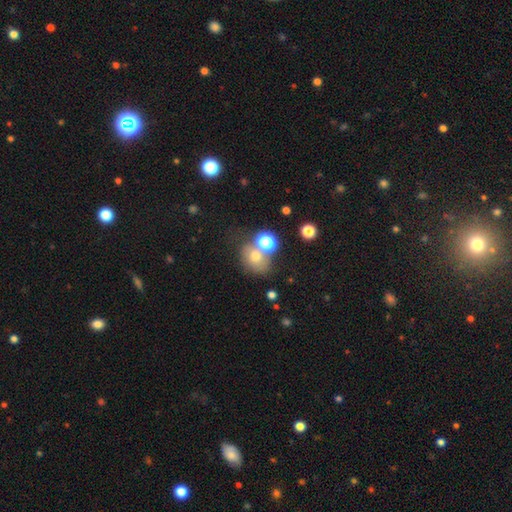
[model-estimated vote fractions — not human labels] Smooth or featured?
  - smooth: 65% *
  - star or artifact: 19%
  - featured or disk: 16%
How rounded?
  - round: 61% *
  - in between: 38%
  - cigar-shaped: 1%
Merging?
  - none: 49% *
  - merger: 28%
  - minor disturbance: 14%
  - major disturbance: 8%